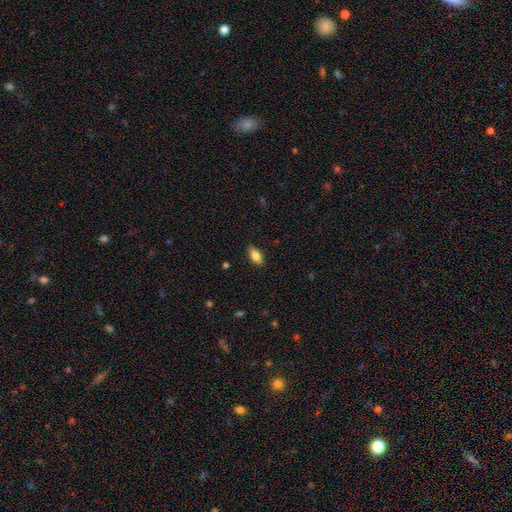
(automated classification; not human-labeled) A smooth galaxy with no disk features (80%) that is in between round and cigar-shaped (85%). Merging: none (87%).